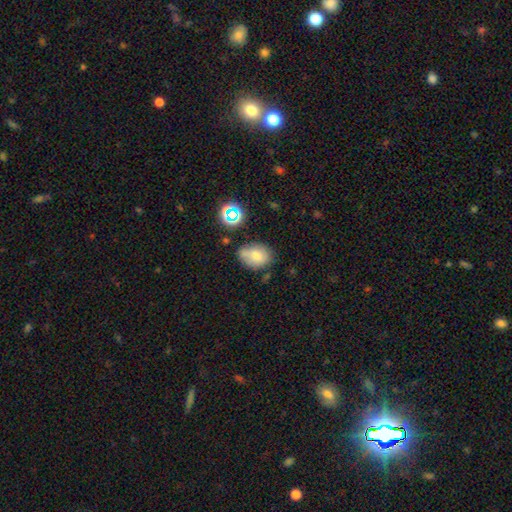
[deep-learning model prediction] A smooth galaxy with no disk features (73%) that is in between round and cigar-shaped (67%). Merging: none (61%).